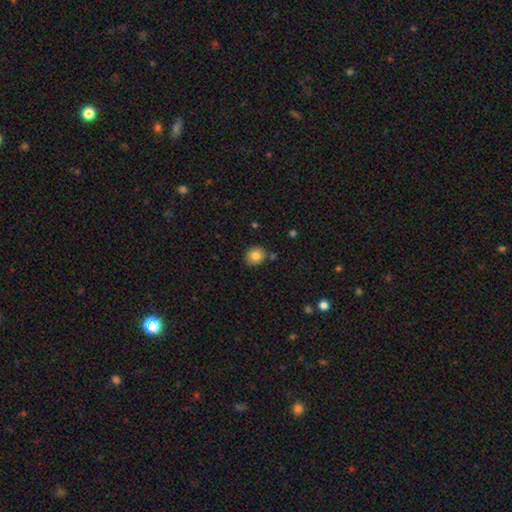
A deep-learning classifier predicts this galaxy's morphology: smooth 81%, star or artifact 10%, featured or disk 9%. Down the decision tree: how rounded — round (75%); merging — none (78%).